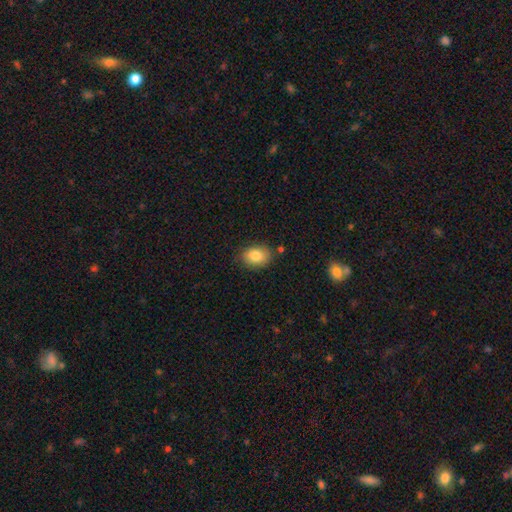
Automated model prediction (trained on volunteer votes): Smooth or featured?
  - smooth: 84% *
  - featured or disk: 8%
  - star or artifact: 8%
How rounded?
  - in between: 73% *
  - round: 26%
  - cigar-shaped: 1%
Merging?
  - none: 79% *
  - minor disturbance: 15%
  - major disturbance: 3%
  - merger: 3%